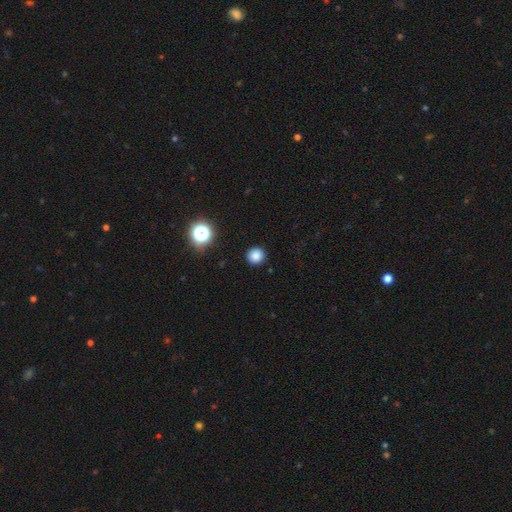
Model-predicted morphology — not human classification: Smooth or featured? Predicted: smooth (p=0.84). How rounded? Predicted: round (p=0.94). Merging? Predicted: none (p=0.92).